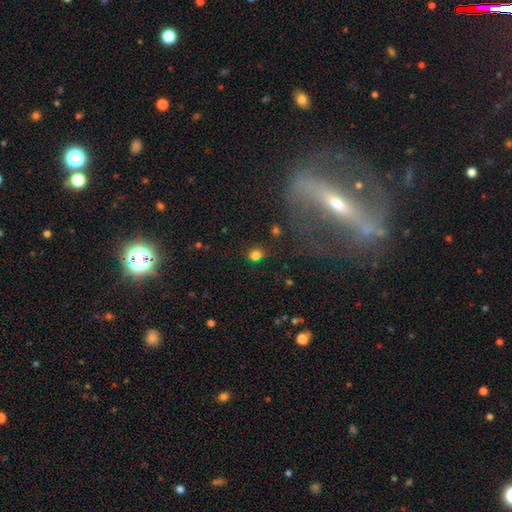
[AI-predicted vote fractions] Q: Smooth or featured?
A: smooth (79%); runner-up: star or artifact (16%)
Q: How rounded?
A: round (72%); runner-up: in between (27%)
Q: Merging?
A: none (79%); runner-up: minor disturbance (12%)